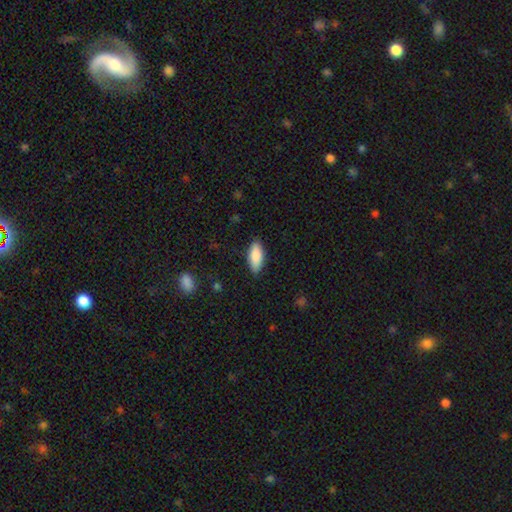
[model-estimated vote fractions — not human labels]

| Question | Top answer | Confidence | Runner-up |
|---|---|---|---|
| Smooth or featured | smooth | 87% | featured or disk (7%) |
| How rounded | in between | 83% | cigar-shaped (15%) |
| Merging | none | 86% | minor disturbance (11%) |